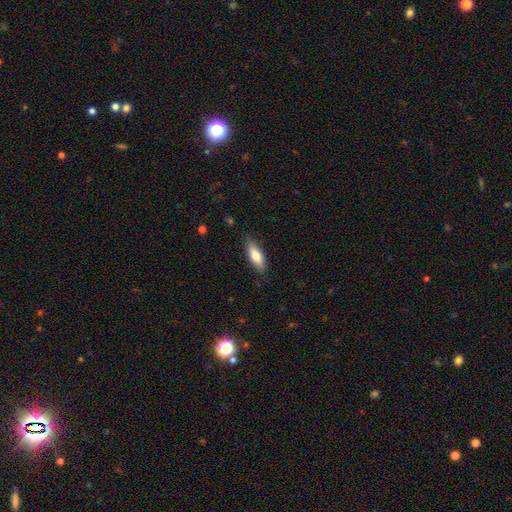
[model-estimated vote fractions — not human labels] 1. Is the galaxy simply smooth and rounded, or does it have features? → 77% smooth, 18% featured or disk, 6% star or artifact.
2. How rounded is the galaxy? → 64% in between, 34% cigar-shaped, 2% round.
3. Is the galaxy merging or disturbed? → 83% none, 13% minor disturbance, 2% major disturbance, 1% merger.